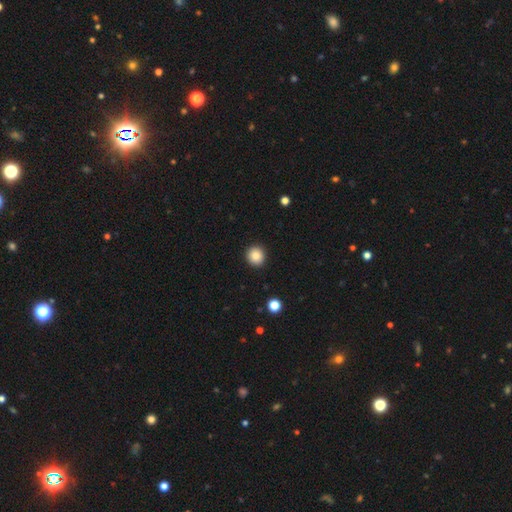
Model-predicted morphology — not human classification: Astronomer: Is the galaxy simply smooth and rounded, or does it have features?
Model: smooth — 85%.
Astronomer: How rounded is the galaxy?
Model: round — 92%.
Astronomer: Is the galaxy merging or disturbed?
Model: none — 92%.